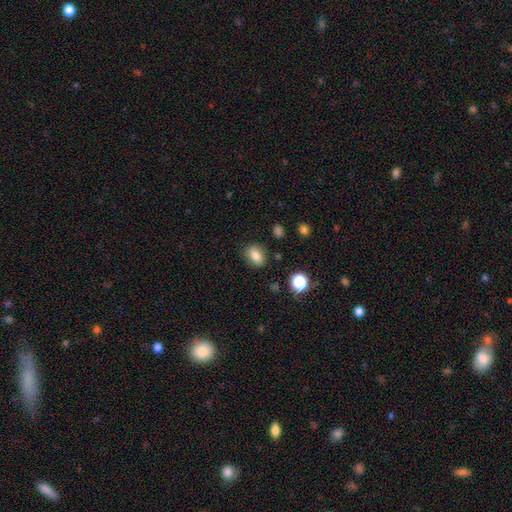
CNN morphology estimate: Overall: smooth (75%). How rounded: in between (61%; round 37%). Merging: none (82%).